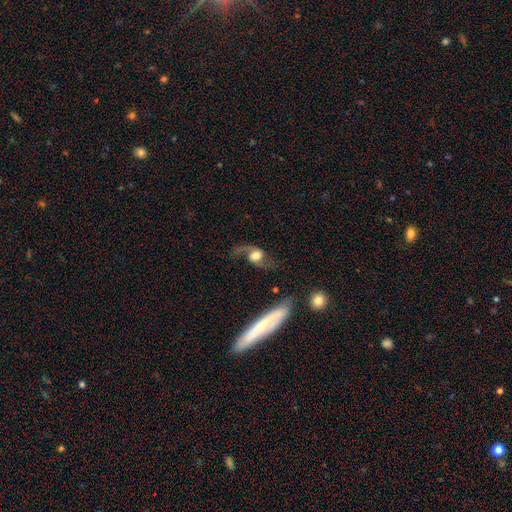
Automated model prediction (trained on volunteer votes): Smooth or featured: featured or disk — 76% (smooth — 17%)
Edge-on disk: no — 92% (yes — 8%)
Bar: no — 59% (weak — 31%)
Spiral arms: yes — 93% (no — 7%)
Spiral winding: loose — 79% (medium — 17%)
Spiral arm count: 2 — 90% (1 — 6%)
Bulge size: moderate — 44% (large — 38%)
Merging: none — 59% (major disturbance — 20%)